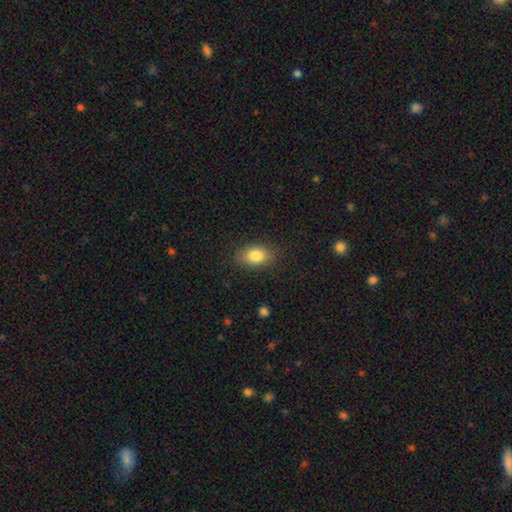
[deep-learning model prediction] A smooth galaxy with no disk features (83%) that is in between round and cigar-shaped (83%).

Vote fractions:
- Smooth or featured? smooth: 83% / star or artifact: 8% / featured or disk: 8%
- How rounded? in between: 83% / round: 14% / cigar-shaped: 2%
- Merging? none: 83% / minor disturbance: 12% / major disturbance: 3% / merger: 1%